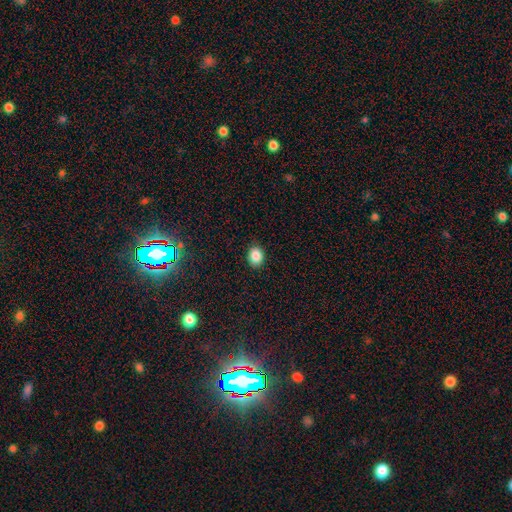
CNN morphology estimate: smooth 86%, star or artifact 10%, featured or disk 4%. Down the decision tree: how rounded — in between (53%); merging — none (89%).